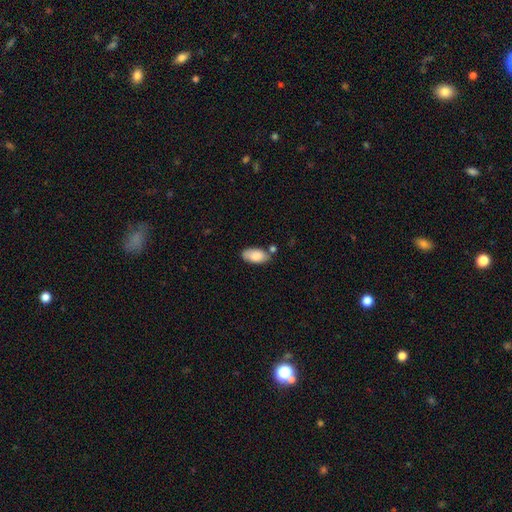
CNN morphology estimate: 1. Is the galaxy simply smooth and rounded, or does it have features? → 85% smooth, 8% featured or disk, 7% star or artifact.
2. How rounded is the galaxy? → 94% in between, 4% cigar-shaped, 3% round.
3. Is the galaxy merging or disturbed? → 65% none, 19% minor disturbance, 12% merger, 4% major disturbance.